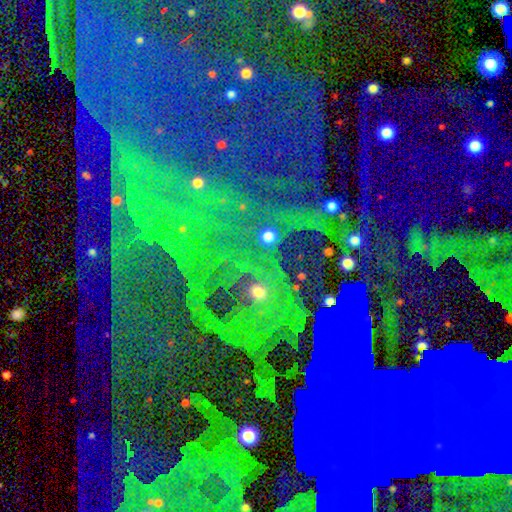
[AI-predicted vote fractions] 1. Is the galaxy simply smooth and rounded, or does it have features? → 85% star or artifact, 8% featured or disk, 6% smooth.